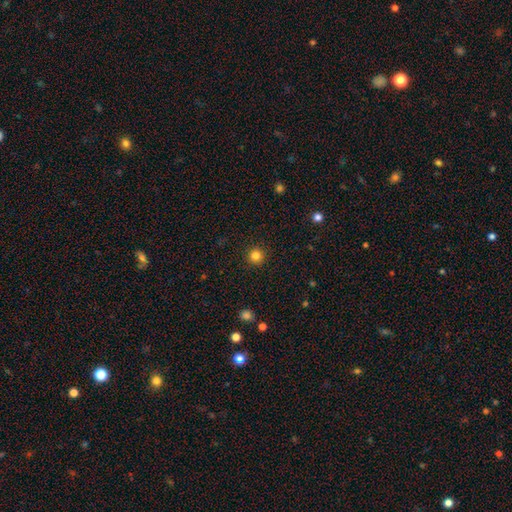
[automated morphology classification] Smooth or featured?
  - smooth: 83% *
  - star or artifact: 13%
  - featured or disk: 5%
How rounded?
  - round: 95% *
  - in between: 4%
  - cigar-shaped: 1%
Merging?
  - none: 93% *
  - minor disturbance: 5%
  - major disturbance: 2%
  - merger: 1%